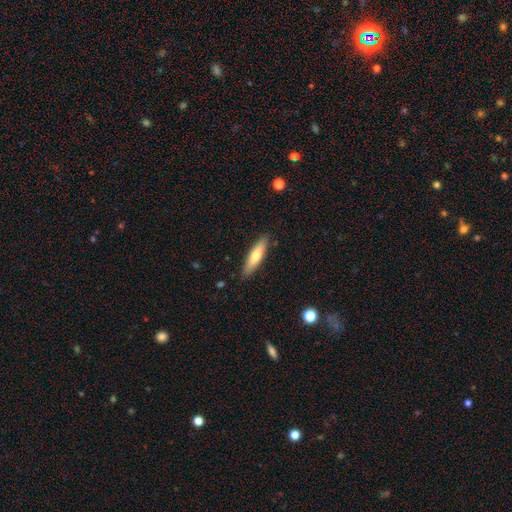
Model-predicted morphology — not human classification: Smooth or featured? Predicted: smooth (p=0.65). How rounded? Predicted: cigar-shaped (p=0.67). Merging? Predicted: none (p=0.87).